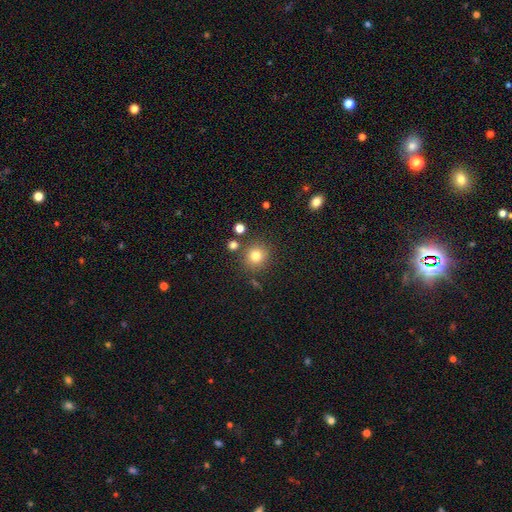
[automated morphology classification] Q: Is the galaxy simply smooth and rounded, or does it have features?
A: smooth — 79%.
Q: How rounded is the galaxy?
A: round — 89%.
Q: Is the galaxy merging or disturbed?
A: none — 81%.